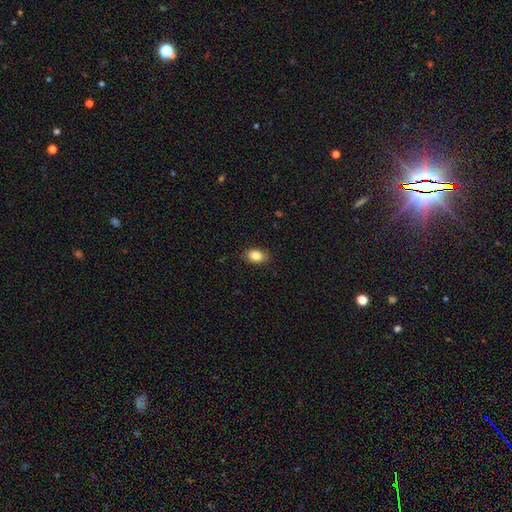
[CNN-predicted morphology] smooth-or-featured: smooth: 85% | star or artifact: 8% | featured or disk: 7%
  how-rounded: in between: 80% | round: 18% | cigar-shaped: 1%
  merging: none: 84% | minor disturbance: 13% | major disturbance: 3% | merger: 1%